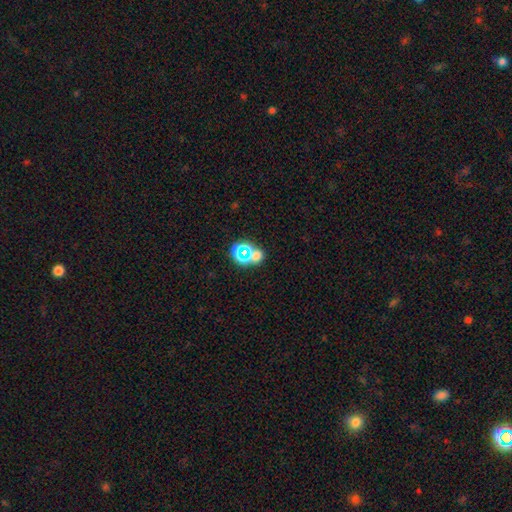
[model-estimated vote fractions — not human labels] Smooth or featured: smooth — 46% (star or artifact — 36%)
Merging: none — 49% (merger — 34%)